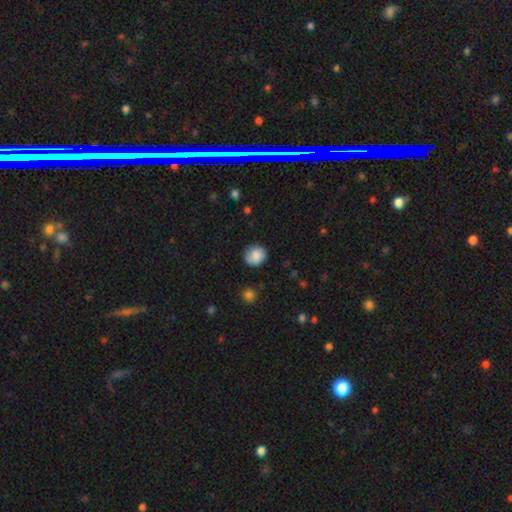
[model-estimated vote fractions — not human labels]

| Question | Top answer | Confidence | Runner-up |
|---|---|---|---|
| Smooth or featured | smooth | 84% | featured or disk (8%) |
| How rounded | round | 85% | in between (14%) |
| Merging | none | 83% | minor disturbance (13%) |